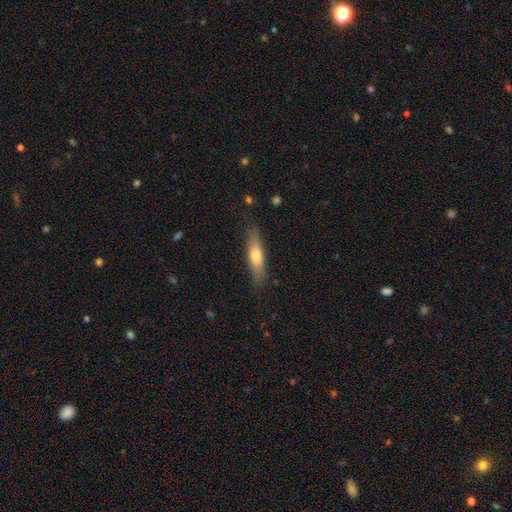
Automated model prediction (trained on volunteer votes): Smooth or featured? smooth (62%)
How rounded? cigar-shaped (66%)
Merging? none (82%)